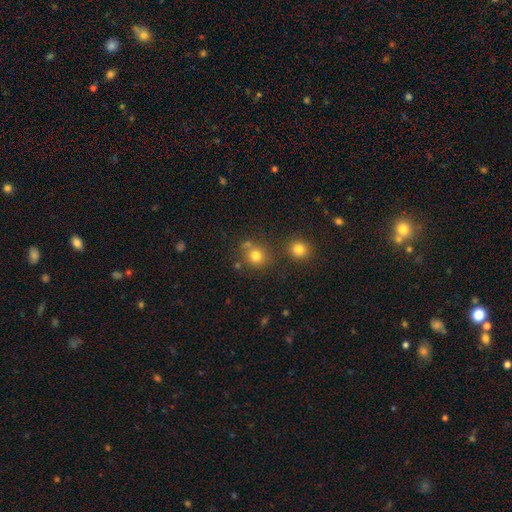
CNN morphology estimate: smooth-or-featured: smooth: 78% | star or artifact: 15% | featured or disk: 8%
  how-rounded: round: 85% | in between: 14% | cigar-shaped: 1%
  merging: none: 71% | merger: 15% | minor disturbance: 11% | major disturbance: 4%